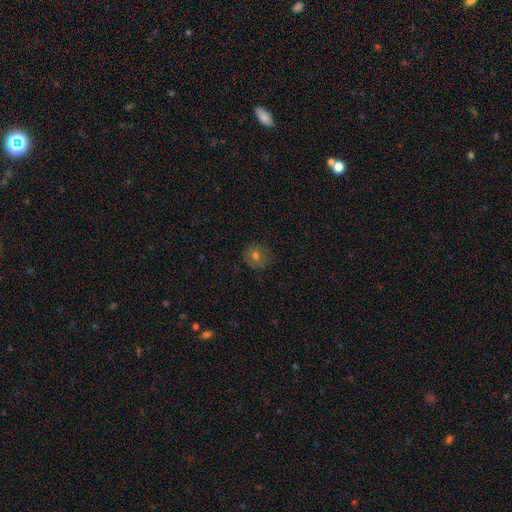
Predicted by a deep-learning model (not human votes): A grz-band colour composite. It shows a smooth galaxy with no disk features (65%) that is round (86%). Merging: none (82%).